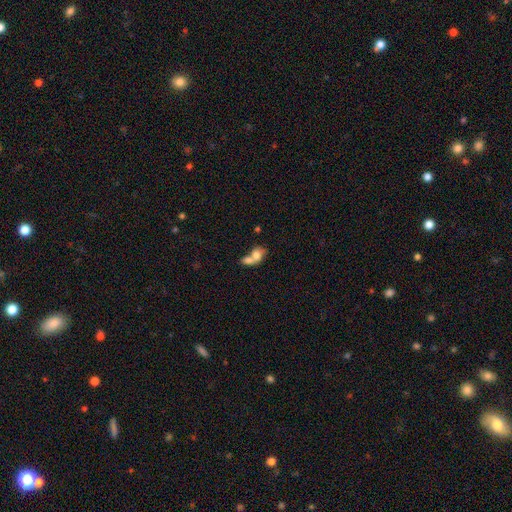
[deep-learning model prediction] A smooth galaxy with no disk features (68%) that is in between round and cigar-shaped (63%). Merging: merger (73%).